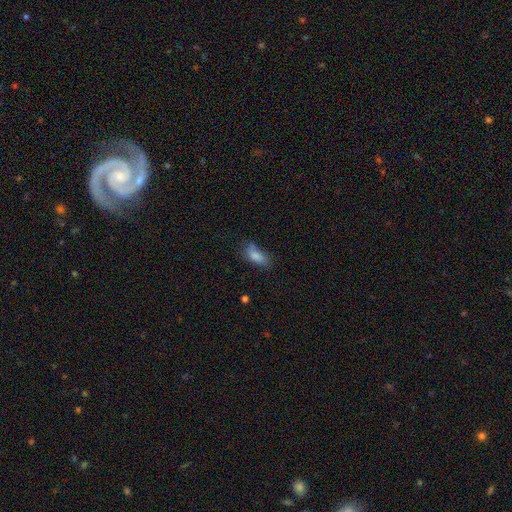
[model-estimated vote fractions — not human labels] This is clearly a smooth galaxy (82%). How rounded: clearly in between (82%). Merging: possibly none (51%).